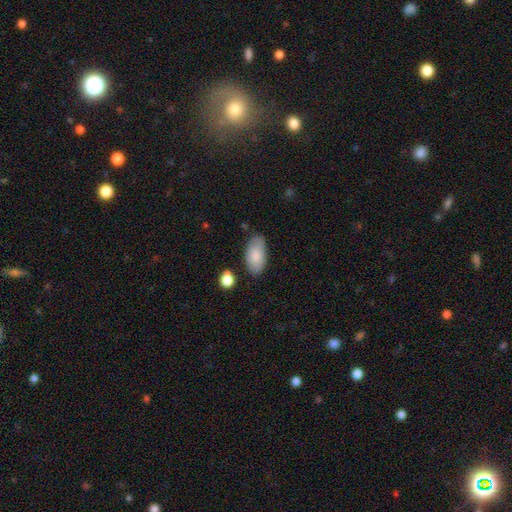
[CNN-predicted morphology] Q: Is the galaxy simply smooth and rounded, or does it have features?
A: smooth — 84%.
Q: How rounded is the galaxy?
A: in between — 94%.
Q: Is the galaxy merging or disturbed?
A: none — 78%.